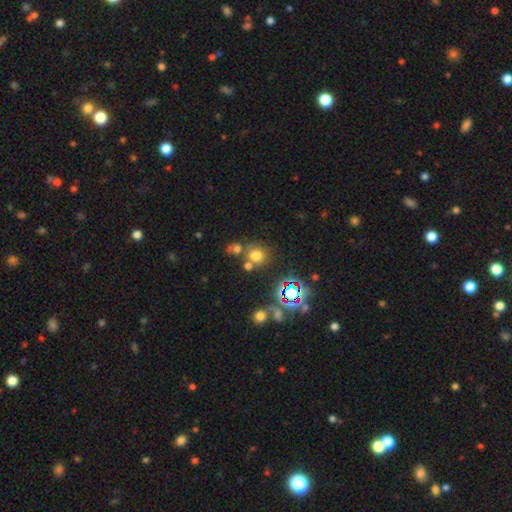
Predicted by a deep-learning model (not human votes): Smooth or featured?
  - smooth: 64% *
  - star or artifact: 27%
  - featured or disk: 9%
How rounded?
  - round: 82% *
  - in between: 17%
  - cigar-shaped: 1%
Merging?
  - none: 61% *
  - merger: 22%
  - minor disturbance: 11%
  - major disturbance: 6%